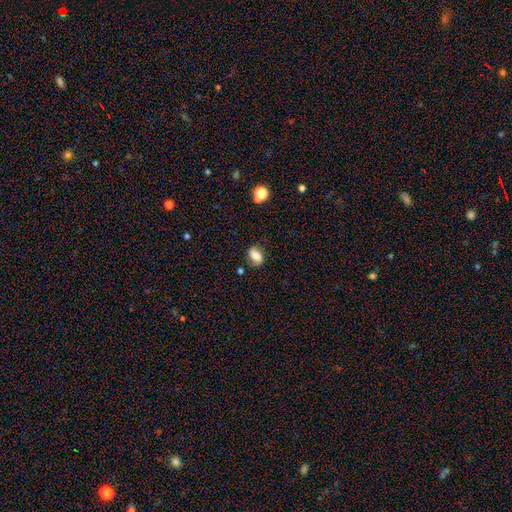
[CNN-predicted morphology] The model was most divided on "smooth or featured": smooth: 61%, featured or disk: 28%, star or artifact: 11%. More confident: how rounded — in between (73%); merging — none (72%).